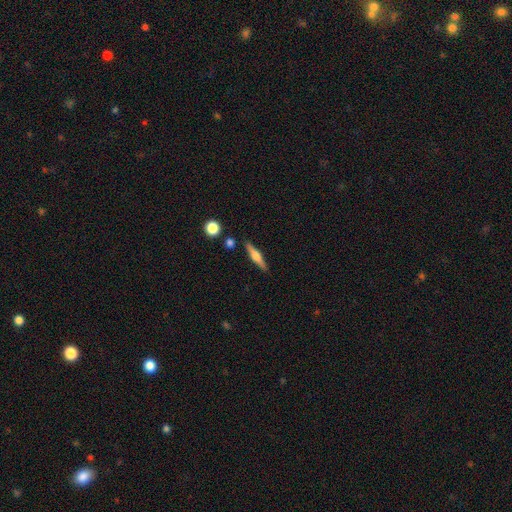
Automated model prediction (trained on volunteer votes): Smooth or featured?
  - featured or disk: 62% *
  - smooth: 32%
  - star or artifact: 6%
Edge-on disk?
  - yes: 97% *
  - no: 3%
Edge-on bulge?
  - rounded: 85% *
  - boxy: 11%
  - none: 4%
Merging?
  - none: 86% *
  - minor disturbance: 8%
  - merger: 4%
  - major disturbance: 2%